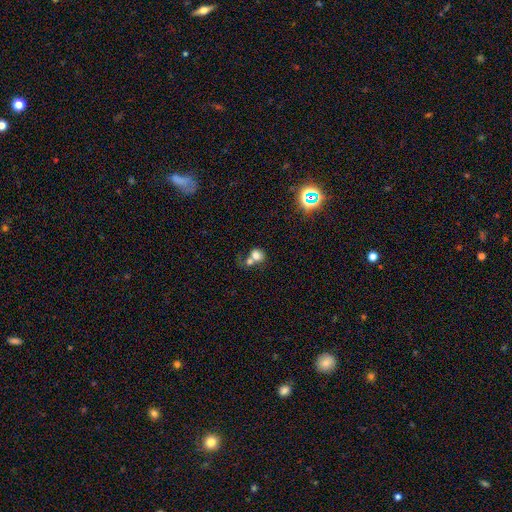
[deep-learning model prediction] Smooth or featured?
  - smooth: 73% *
  - featured or disk: 14%
  - star or artifact: 13%
How rounded?
  - round: 62% *
  - in between: 37%
  - cigar-shaped: 1%
Merging?
  - merger: 56% *
  - none: 29%
  - minor disturbance: 8%
  - major disturbance: 7%